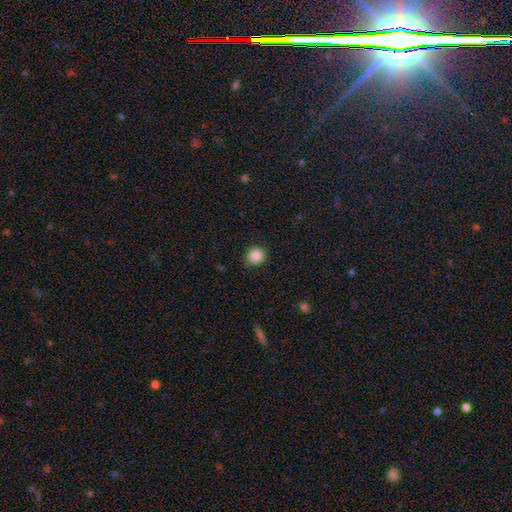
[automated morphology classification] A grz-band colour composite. It shows a smooth galaxy with no disk features (87%) that is round (90%). Merging: none (87%).